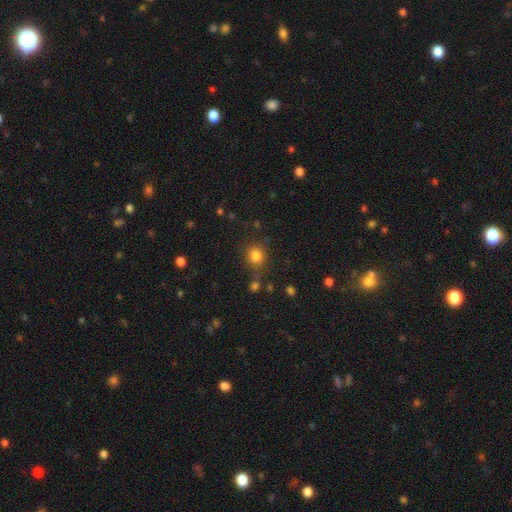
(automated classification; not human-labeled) A smooth galaxy with no disk features (82%) that is round (84%).

Vote fractions:
- Smooth or featured? smooth: 82% / star or artifact: 13% / featured or disk: 5%
- How rounded? round: 84% / in between: 15% / cigar-shaped: 1%
- Merging? none: 77% / minor disturbance: 11% / merger: 7% / major disturbance: 5%